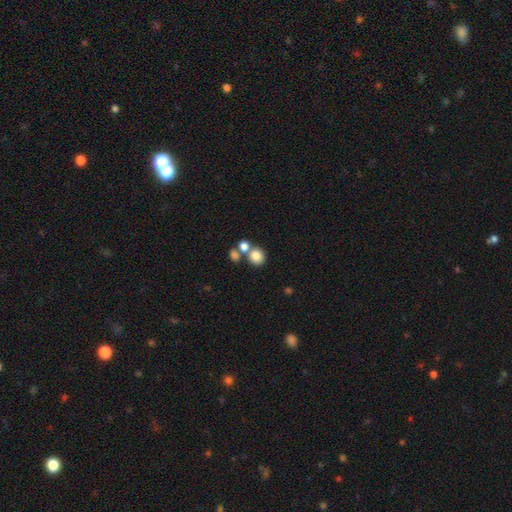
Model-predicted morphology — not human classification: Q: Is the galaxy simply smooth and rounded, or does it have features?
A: smooth — 80%.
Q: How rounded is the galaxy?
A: round — 80%.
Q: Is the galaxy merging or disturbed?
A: none — 52%.